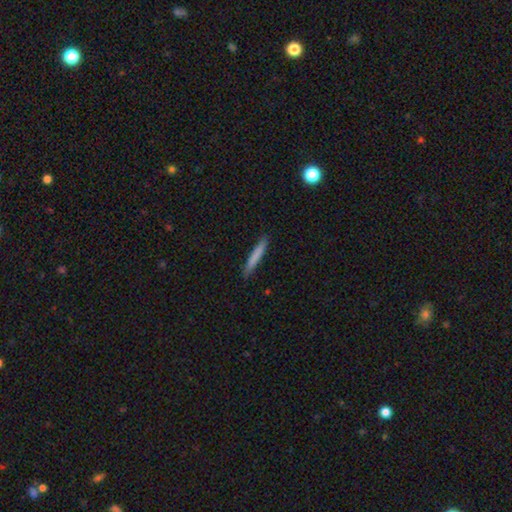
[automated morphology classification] type=smooth (78%); roundness=cigar-shaped (95%); merging=none (88%).